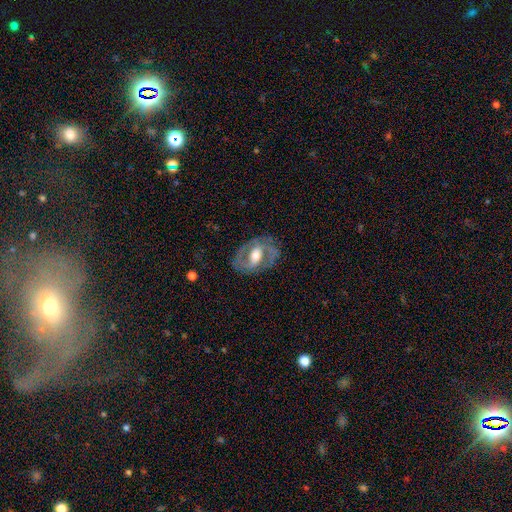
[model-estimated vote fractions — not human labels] The model was most divided on "bar": weak: 42%, no: 29%, strong: 28%. More confident: edge-on disk — no (95%); spiral arm count — 2 (85%); spiral arms — yes (82%); smooth or featured — featured or disk (78%); merging — none (76%); bulge size — moderate (65%); spiral winding — medium (51%).